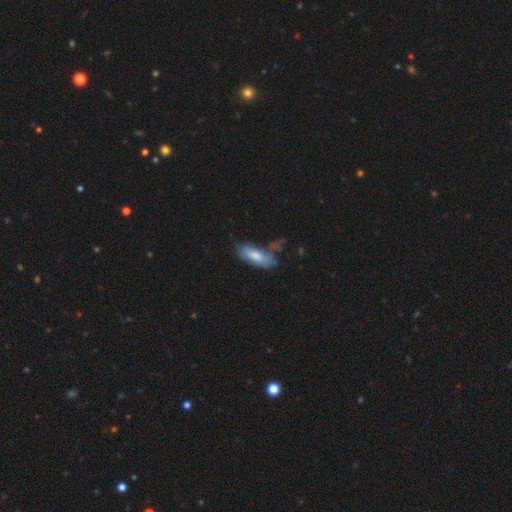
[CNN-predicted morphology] Smooth or featured? Predicted: smooth (p=0.72). How rounded? Predicted: in between (p=0.76). Merging? Predicted: none (p=0.44).